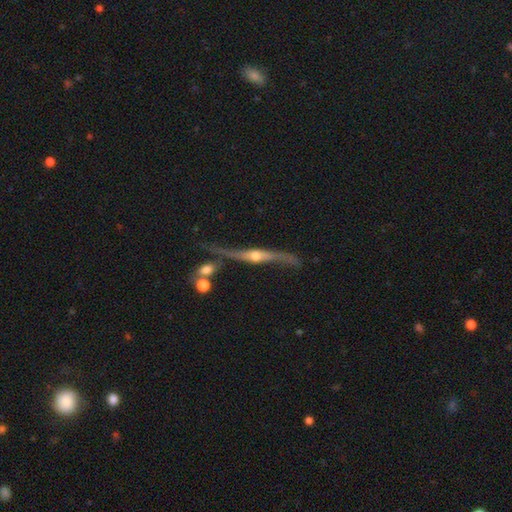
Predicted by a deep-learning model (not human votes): Smooth or featured? featured or disk (82%)
Edge-on disk? yes (83%)
Edge-on bulge? rounded (92%)
Merging? none (55%)